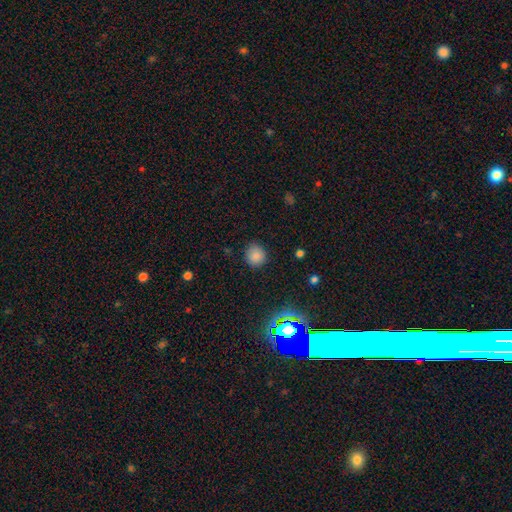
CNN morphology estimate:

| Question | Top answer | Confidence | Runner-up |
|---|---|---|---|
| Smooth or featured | smooth | 82% | star or artifact (13%) |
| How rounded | round | 86% | in between (13%) |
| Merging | none | 86% | minor disturbance (10%) |